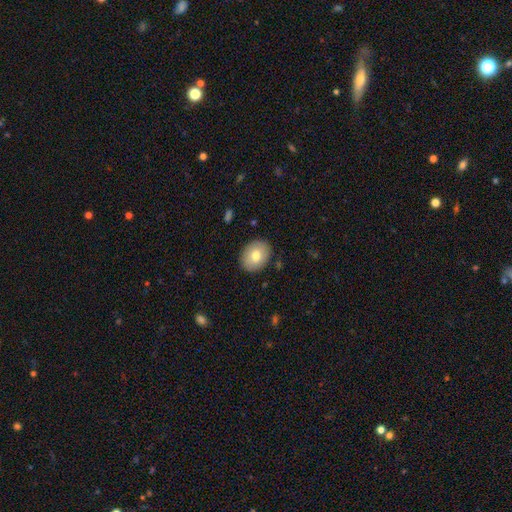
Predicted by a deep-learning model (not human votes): A smooth galaxy with no disk features (75%) that is in between round and cigar-shaped (62%).

Vote fractions:
- Smooth or featured? smooth: 75% / featured or disk: 17% / star or artifact: 7%
- How rounded? in between: 62% / round: 37% / cigar-shaped: 1%
- Merging? none: 88% / minor disturbance: 9% / major disturbance: 2% / merger: 1%